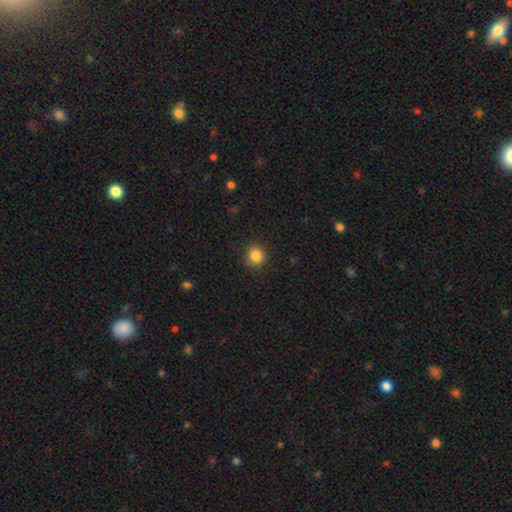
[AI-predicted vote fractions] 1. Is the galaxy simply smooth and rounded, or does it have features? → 84% smooth, 11% star or artifact, 4% featured or disk.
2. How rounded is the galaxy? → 92% round, 7% in between, 1% cigar-shaped.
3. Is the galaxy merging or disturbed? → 88% none, 9% minor disturbance, 3% major disturbance, 1% merger.